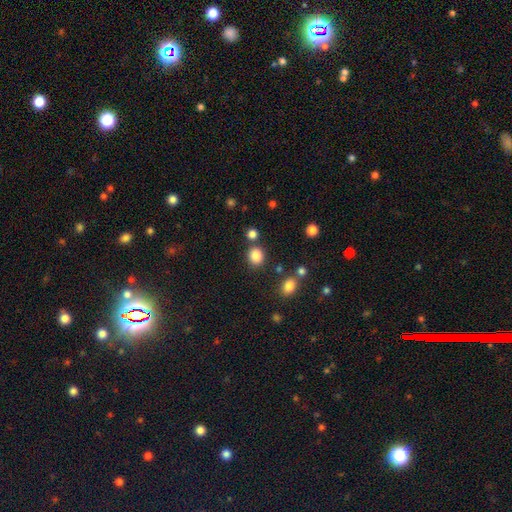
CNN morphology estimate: This is clearly a smooth galaxy (85%). How rounded: likely round (77%). Merging: likely none (79%).